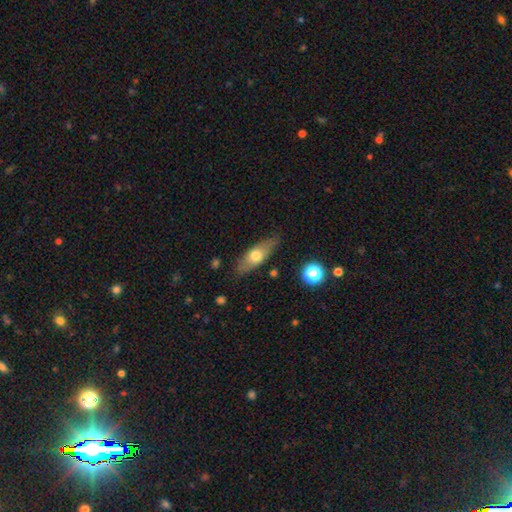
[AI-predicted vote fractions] A smooth galaxy with no disk features (58%) that is in between round and cigar-shaped (61%). Merging: none (80%).